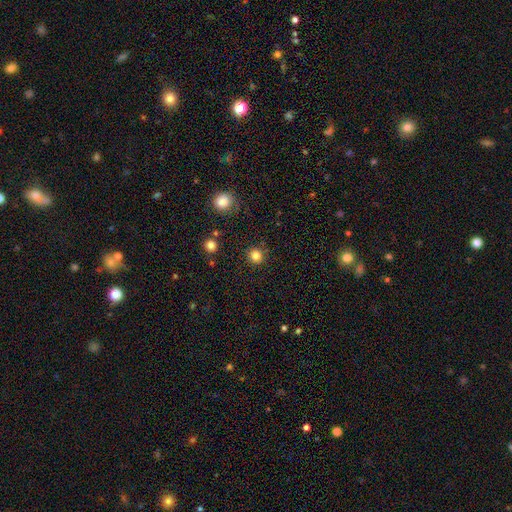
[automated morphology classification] This is clearly a smooth galaxy (83%). How rounded: clearly round (94%). Merging: clearly none (91%).